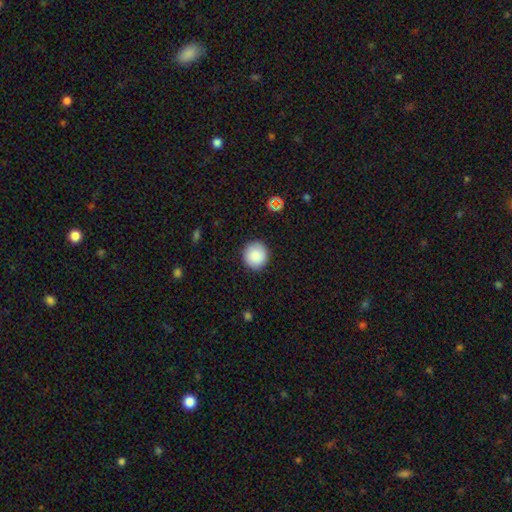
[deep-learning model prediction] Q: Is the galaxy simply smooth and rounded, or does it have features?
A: smooth — 88%.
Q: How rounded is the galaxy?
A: round — 93%.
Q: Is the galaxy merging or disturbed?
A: none — 91%.